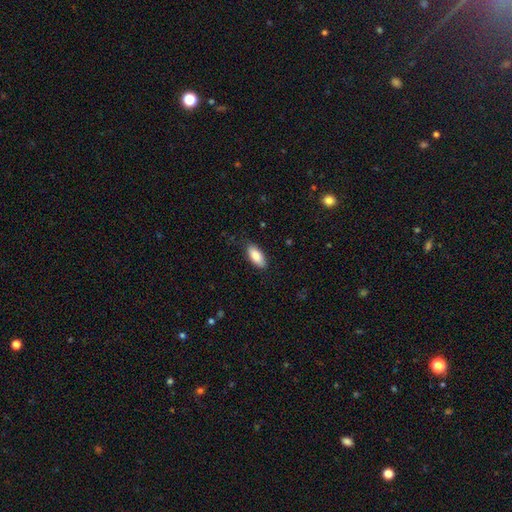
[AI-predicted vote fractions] A smooth galaxy with no disk features (85%) that is in between round and cigar-shaped (87%). Merging: none (83%).